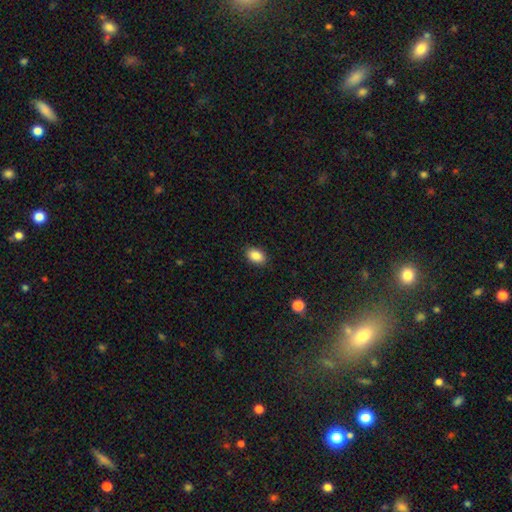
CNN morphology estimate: The model was most divided on "how rounded": in between: 86%, round: 12%, cigar-shaped: 1%. More confident: merging — none (88%); smooth or featured — smooth (87%).